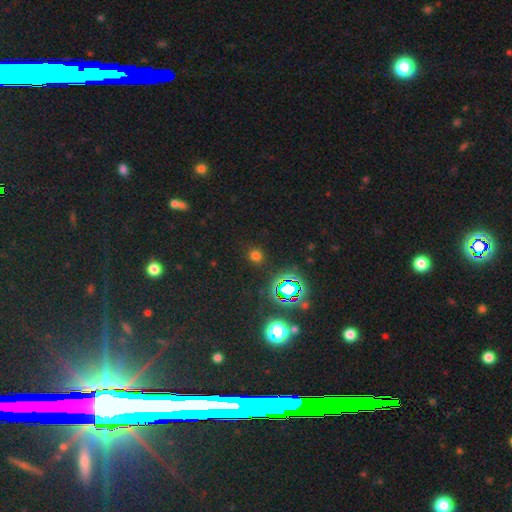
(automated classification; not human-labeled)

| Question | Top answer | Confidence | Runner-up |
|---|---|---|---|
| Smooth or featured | smooth | 61% | star or artifact (34%) |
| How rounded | round | 86% | in between (12%) |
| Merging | none | 88% | minor disturbance (7%) |